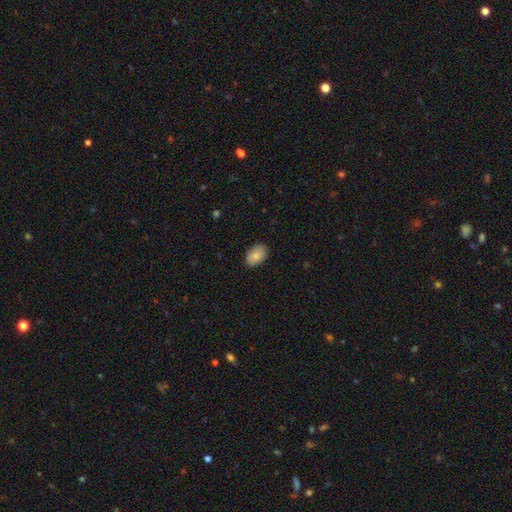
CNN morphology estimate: Q: Smooth or featured?
A: smooth (85%); runner-up: featured or disk (9%)
Q: How rounded?
A: in between (89%); runner-up: round (10%)
Q: Merging?
A: none (86%); runner-up: minor disturbance (11%)